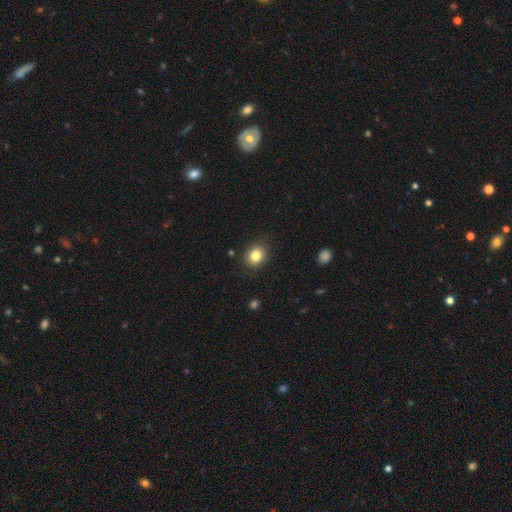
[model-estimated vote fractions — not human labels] smooth_or_featured: smooth (p=0.83) [alt: star or artifact p=0.11]
how_rounded: round (p=0.64) [alt: in between p=0.35]
merging: none (p=0.87) [alt: minor disturbance p=0.09]